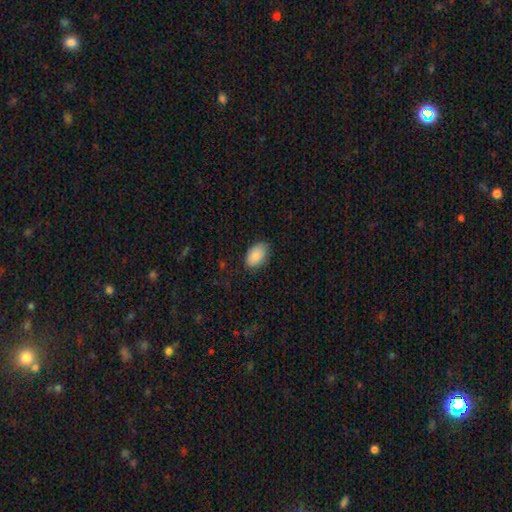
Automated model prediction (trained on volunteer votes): smooth 88%, star or artifact 7%, featured or disk 5%. Down the decision tree: how rounded — in between (90%); merging — none (81%).